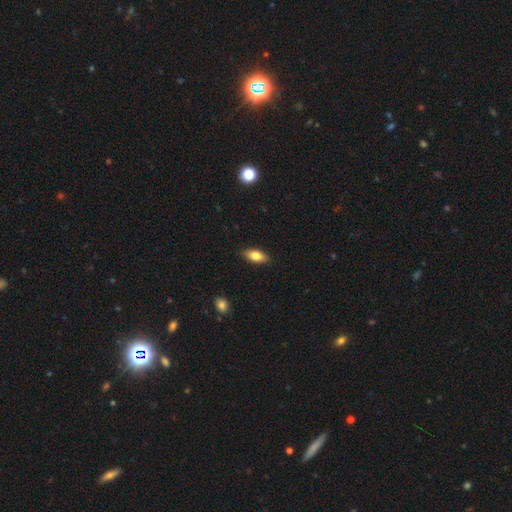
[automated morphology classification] Q: Smooth or featured?
A: smooth (79%); runner-up: featured or disk (14%)
Q: How rounded?
A: in between (84%); runner-up: cigar-shaped (13%)
Q: Merging?
A: none (88%); runner-up: minor disturbance (9%)